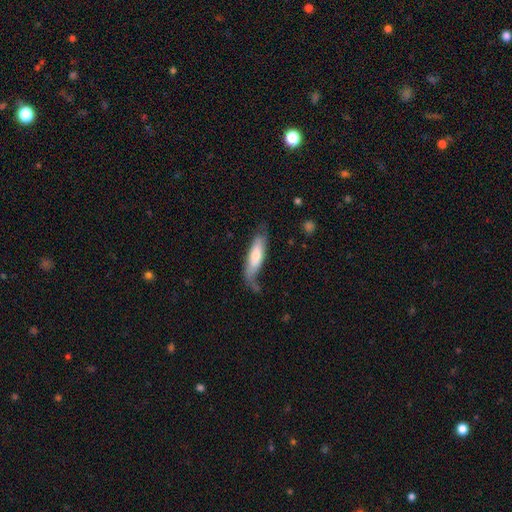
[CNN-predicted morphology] The model was most divided on "merging": none: 47%, minor disturbance: 30%, major disturbance: 19%, merger: 4%. More confident: how rounded — cigar-shaped (60%); smooth or featured — smooth (58%).